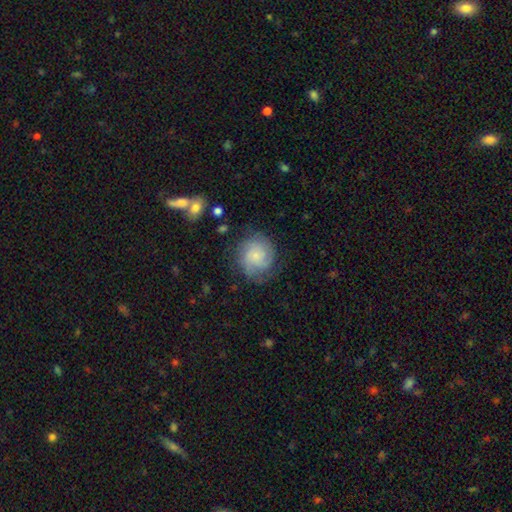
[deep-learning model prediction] A featured or disk galaxy (64%) with no bar (75%), can't tell (29%, tied with 3) tight (54%) spiral arms (93%) and a small central bulge (63%).

Vote fractions:
- Smooth or featured? featured or disk: 64% / smooth: 29% / star or artifact: 8%
- Edge-on disk? no: 98% / yes: 2%
- Bar? no: 75% / weak: 22% / strong: 3%
- Spiral arms? yes: 93% / no: 7%
- Spiral winding? tight: 54% / medium: 35% / loose: 11%
- Spiral arm count? can't tell: 29% (tied) / 3: 29% (tied) / 2: 21% / 4: 9% / 1: 6% / more than 4: 5%
- Bulge size? small: 63% / moderate: 17% / none: 16% / large: 3% / dominant: 1%
- Merging? none: 72% / minor disturbance: 18% / major disturbance: 9% / merger: 2%